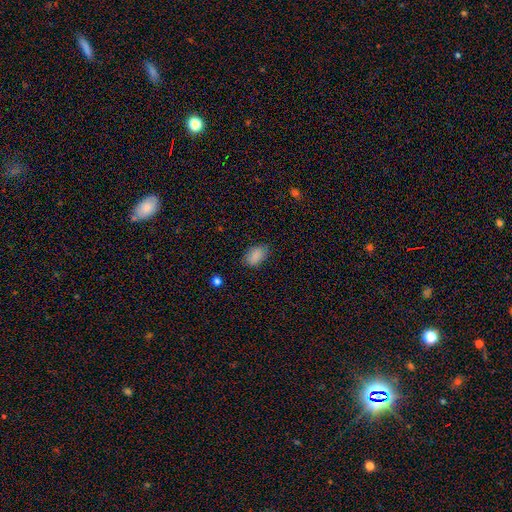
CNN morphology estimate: This appears to be a smooth galaxy with no disk features (87%) that is in between round and cigar-shaped (91%). Merging: none (82%).